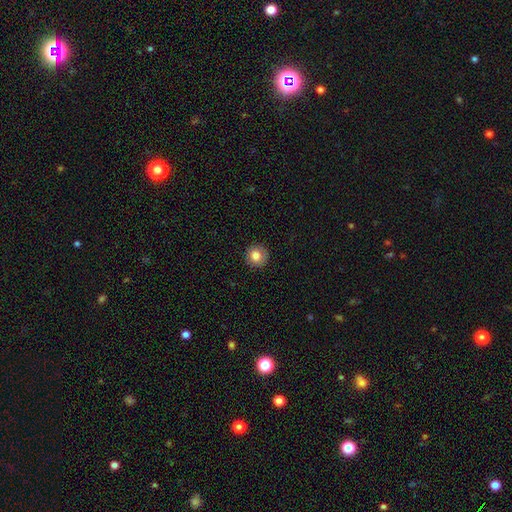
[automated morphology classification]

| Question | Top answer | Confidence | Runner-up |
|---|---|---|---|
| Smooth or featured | smooth | 81% | featured or disk (10%) |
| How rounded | round | 92% | in between (7%) |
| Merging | none | 90% | minor disturbance (7%) |